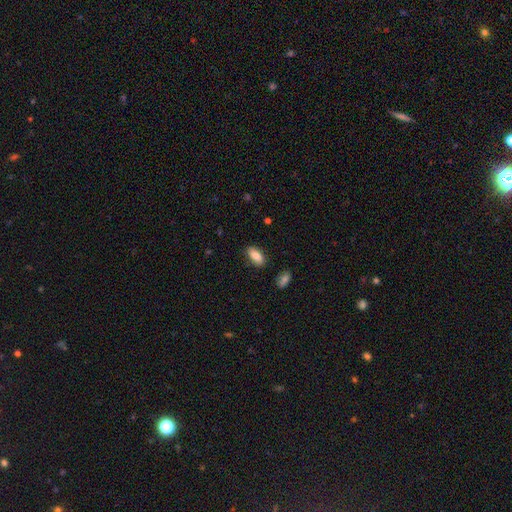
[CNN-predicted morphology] Smooth or featured? Predicted: smooth (p=0.84). How rounded? Predicted: in between (p=0.89). Merging? Predicted: none (p=0.83).